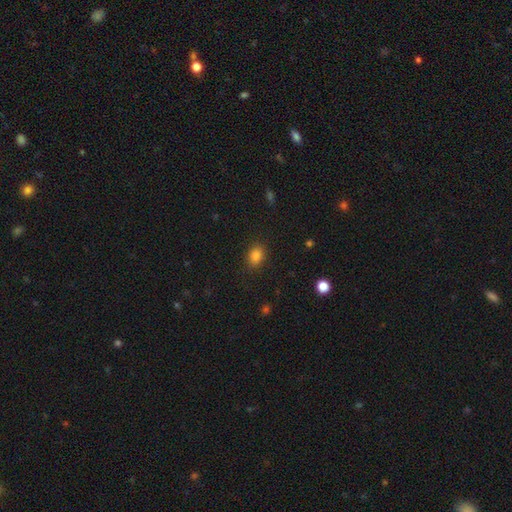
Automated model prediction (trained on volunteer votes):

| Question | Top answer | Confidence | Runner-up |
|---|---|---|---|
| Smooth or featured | smooth | 84% | star or artifact (11%) |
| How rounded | in between | 67% | round (32%) |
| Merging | none | 88% | minor disturbance (9%) |